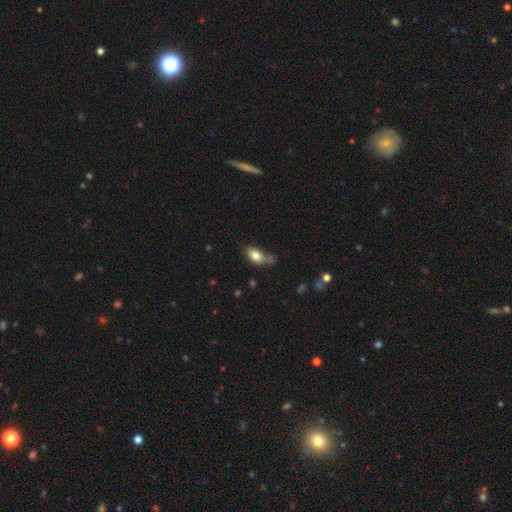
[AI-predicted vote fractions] A smooth galaxy with no disk features (77%) that is in between round and cigar-shaped (85%). Merging: none (49%).